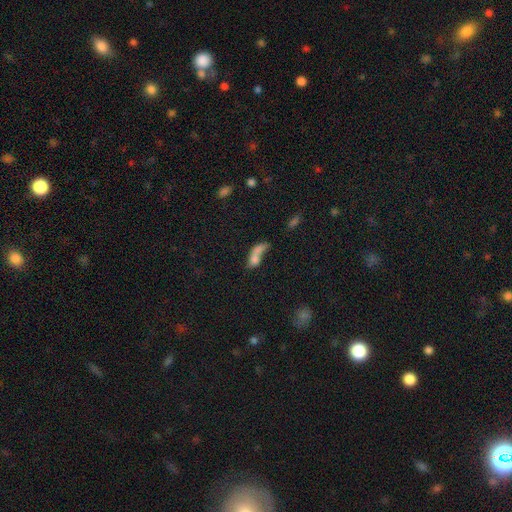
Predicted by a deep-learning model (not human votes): The model was most divided on "merging": merger: 57%, none: 18%, major disturbance: 16%, minor disturbance: 10%. More confident: how rounded — in between (65%); smooth or featured — smooth (64%).